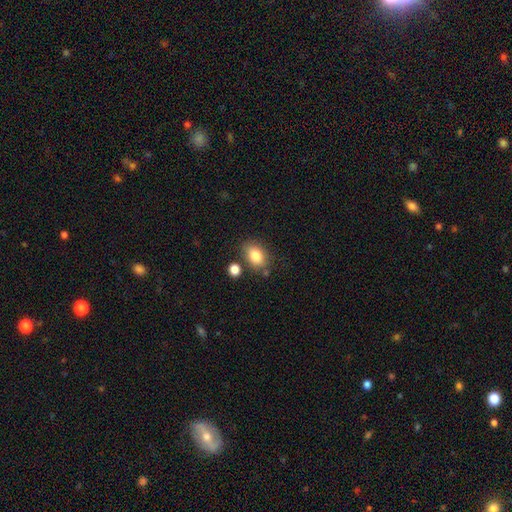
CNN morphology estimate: smooth 83%, star or artifact 9%, featured or disk 9%. Down the decision tree: how rounded — in between (80%); merging — none (74%).